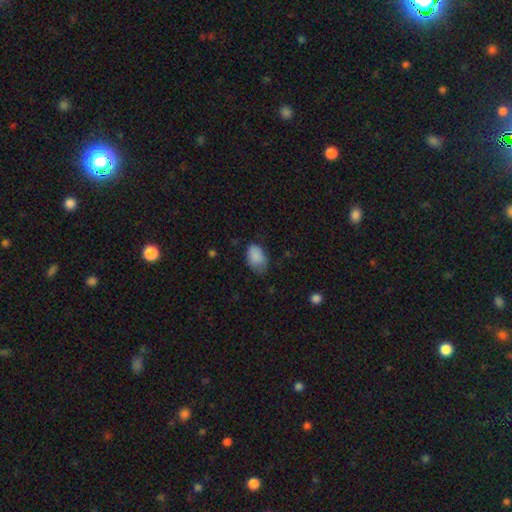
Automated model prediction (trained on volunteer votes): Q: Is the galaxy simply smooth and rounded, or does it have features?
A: smooth — 86%.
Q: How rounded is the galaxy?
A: in between — 88%.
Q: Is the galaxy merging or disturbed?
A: none — 56%.